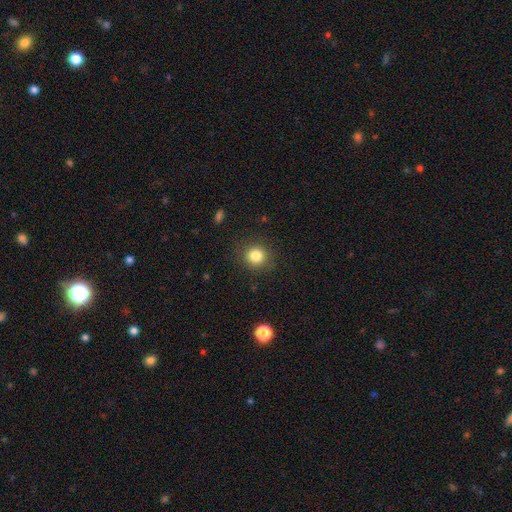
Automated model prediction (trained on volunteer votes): The model was most divided on "smooth or featured": smooth: 83%, star or artifact: 11%, featured or disk: 5%. More confident: how rounded — round (91%); merging — none (88%).